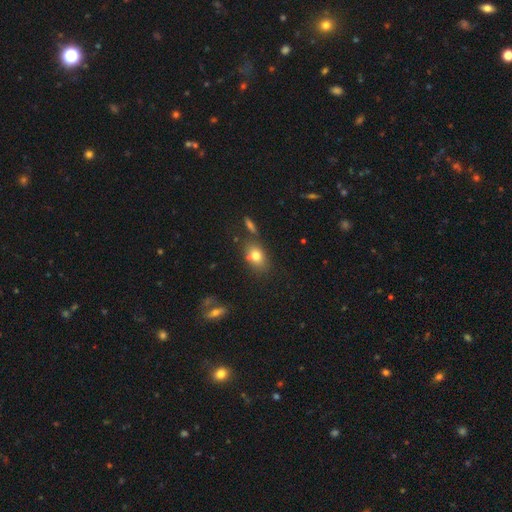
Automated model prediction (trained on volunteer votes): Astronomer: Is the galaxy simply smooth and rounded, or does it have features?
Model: smooth — 76%.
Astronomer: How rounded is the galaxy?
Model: in between — 74%.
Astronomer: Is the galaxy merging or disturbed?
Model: none — 69%.